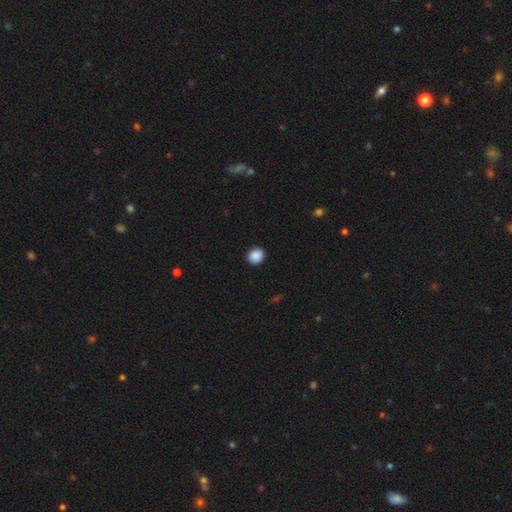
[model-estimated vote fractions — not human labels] Overall: smooth (89%). How rounded: round (86%). Merging: none (91%).